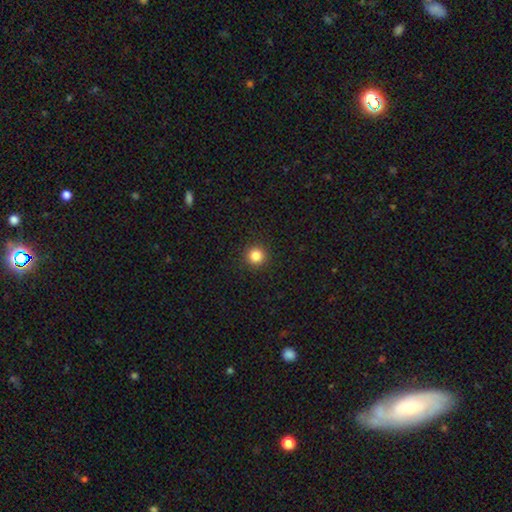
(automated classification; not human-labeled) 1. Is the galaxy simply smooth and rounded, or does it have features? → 84% smooth, 12% star or artifact, 4% featured or disk.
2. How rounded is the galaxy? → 95% round, 4% in between, 1% cigar-shaped.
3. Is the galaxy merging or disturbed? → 93% none, 4% minor disturbance, 2% major disturbance, 1% merger.